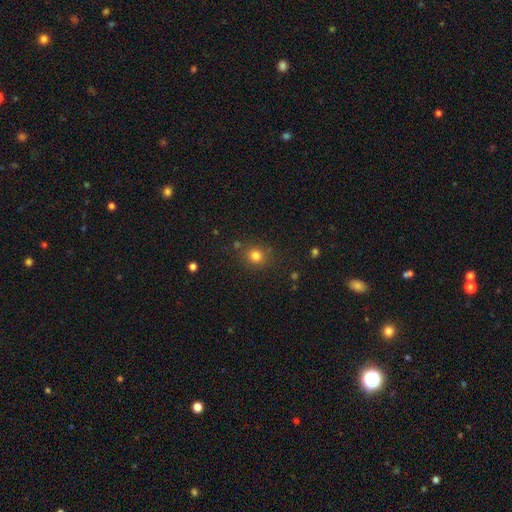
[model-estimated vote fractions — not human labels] smooth 80%, star or artifact 14%, featured or disk 6%. Down the decision tree: how rounded — round (84%); merging — none (81%).